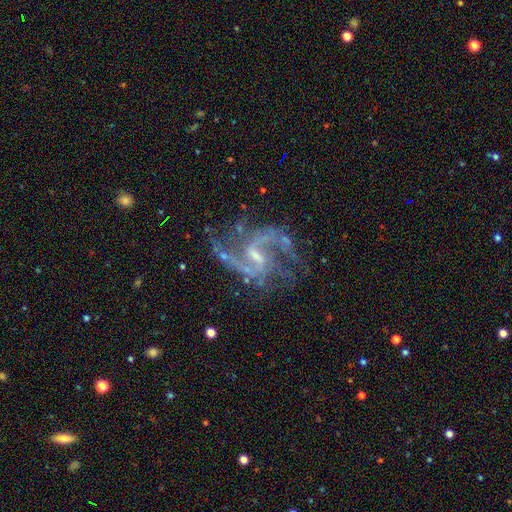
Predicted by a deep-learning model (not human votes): Smooth or featured: featured or disk — 89% (star or artifact — 7%)
Edge-on disk: no — 98% (yes — 2%)
Bar: weak — 56% (strong — 27%)
Spiral arms: yes — 97% (no — 3%)
Spiral winding: loose — 47% (medium — 44%)
Spiral arm count: 2 — 73% (3 — 9%)
Bulge size: small — 56% (moderate — 24%)
Merging: none — 63% (minor disturbance — 17%)